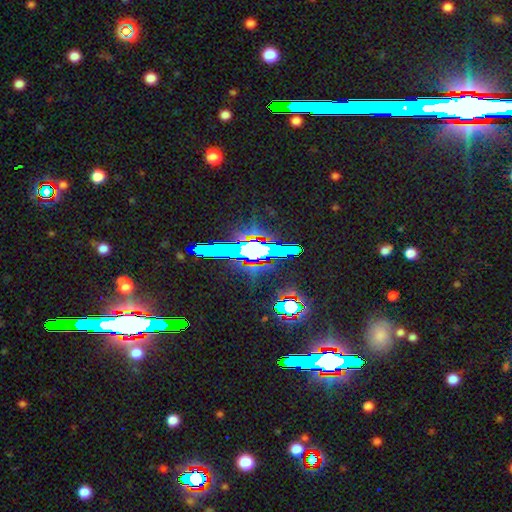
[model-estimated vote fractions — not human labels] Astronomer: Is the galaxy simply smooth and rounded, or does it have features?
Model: star or artifact — 70%.